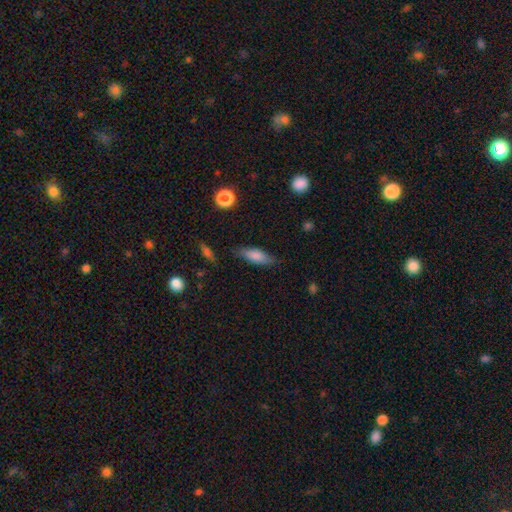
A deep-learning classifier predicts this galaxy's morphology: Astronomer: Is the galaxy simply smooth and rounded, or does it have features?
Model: smooth — 78%.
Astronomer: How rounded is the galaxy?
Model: in between — 60% (runner-up: cigar-shaped, 37%).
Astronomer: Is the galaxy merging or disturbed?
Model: none — 77%.